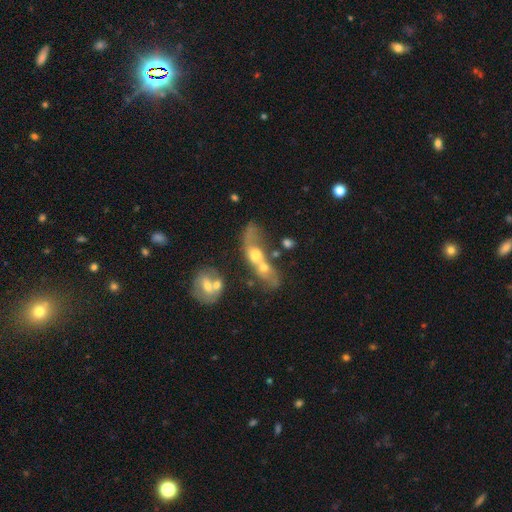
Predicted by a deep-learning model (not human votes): Morphology: type=featured or disk (44%, tied with smooth); merging=merger (66%).